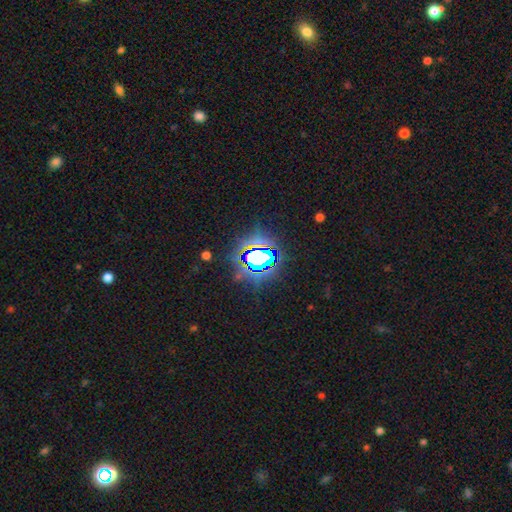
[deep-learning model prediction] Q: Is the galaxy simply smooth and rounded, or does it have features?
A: star or artifact — 73%.